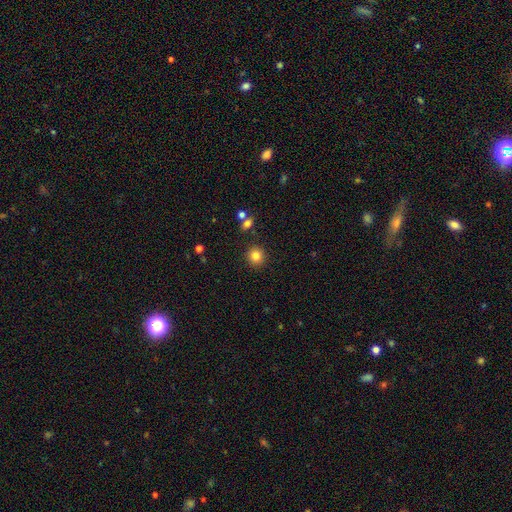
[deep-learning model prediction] A smooth galaxy with no disk features (83%) that is round (91%). Merging: none (89%).